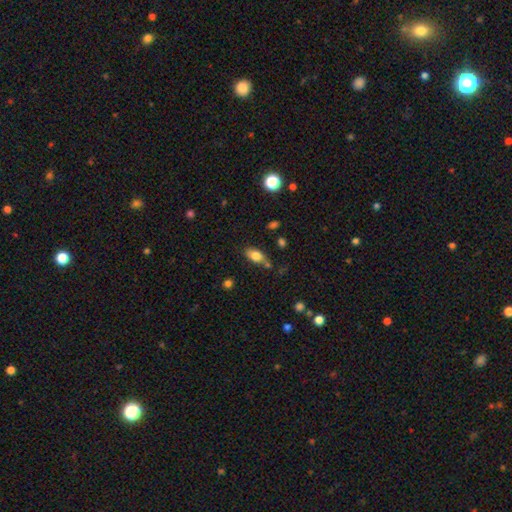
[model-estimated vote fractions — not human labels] This appears to be a smooth galaxy with no disk features (78%) that is in between round and cigar-shaped (87%). Merging: none (64%).